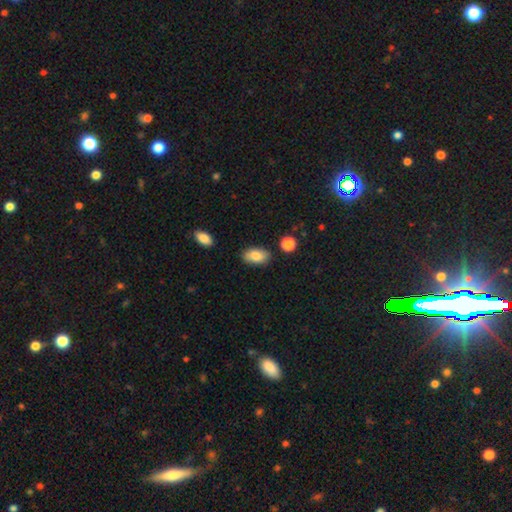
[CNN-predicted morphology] smooth_or_featured: smooth (p=0.82) [alt: featured or disk p=0.11]
how_rounded: in between (p=0.92) [alt: round p=0.06]
merging: none (p=0.83) [alt: minor disturbance p=0.12]